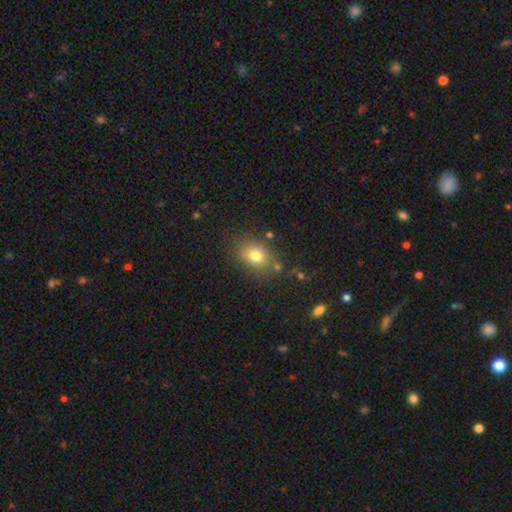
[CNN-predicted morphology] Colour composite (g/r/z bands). It shows a smooth galaxy with no disk features (76%) that is in between round and cigar-shaped (63%). Merging: none (73%).